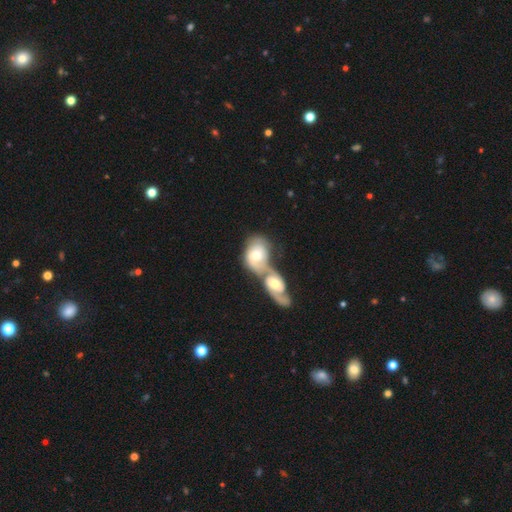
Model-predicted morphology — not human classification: A featured or disk galaxy (57%) with no bar (64%), spiral arms (80%) and a moderate central bulge (68%).

Vote fractions:
- Smooth or featured? featured or disk: 57% / smooth: 37% / star or artifact: 6%
- Edge-on disk? no: 94% / yes: 6%
- Bar? no: 64% / weak: 29% / strong: 7%
- Spiral arms? yes: 80% / no: 20%
- Bulge size? moderate: 68% / small: 18% / large: 11% / none: 2% / dominant: 1%
- Merging? merger: 80% / none: 11% / minor disturbance: 5% / major disturbance: 4%